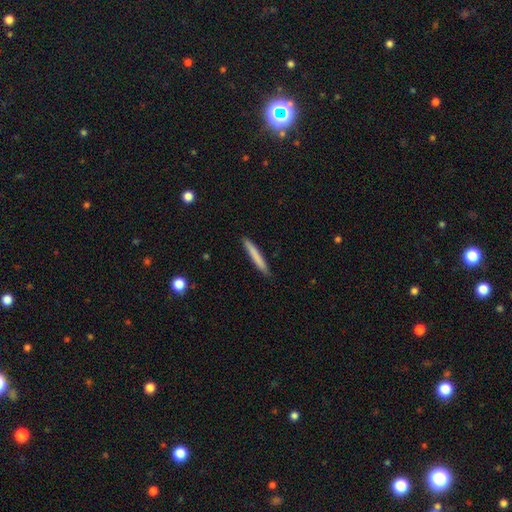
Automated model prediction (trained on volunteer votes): smooth-or-featured: smooth: 77% | featured or disk: 18% | star or artifact: 6%
  how-rounded: cigar-shaped: 96% | in between: 3% | round: 1%
  merging: none: 89% | minor disturbance: 8% | major disturbance: 2% | merger: 1%